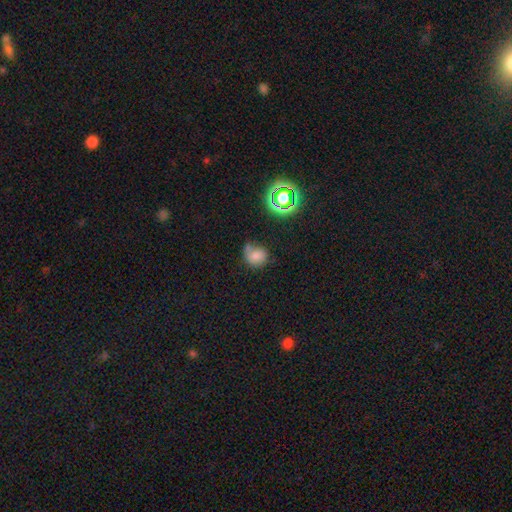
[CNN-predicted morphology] Smooth or featured: smooth — 72% (star or artifact — 16%)
How rounded: round — 70% (in between — 28%)
Merging: none — 46% (minor disturbance — 31%)